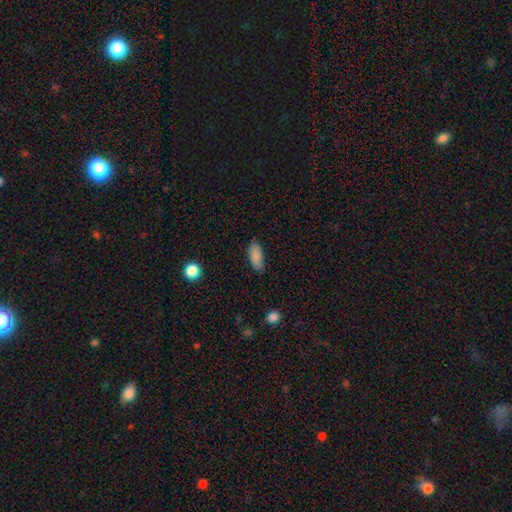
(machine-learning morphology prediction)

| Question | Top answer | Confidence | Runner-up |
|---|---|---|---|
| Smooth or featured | smooth | 86% | star or artifact (8%) |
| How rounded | in between | 83% | cigar-shaped (15%) |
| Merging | none | 77% | minor disturbance (18%) |